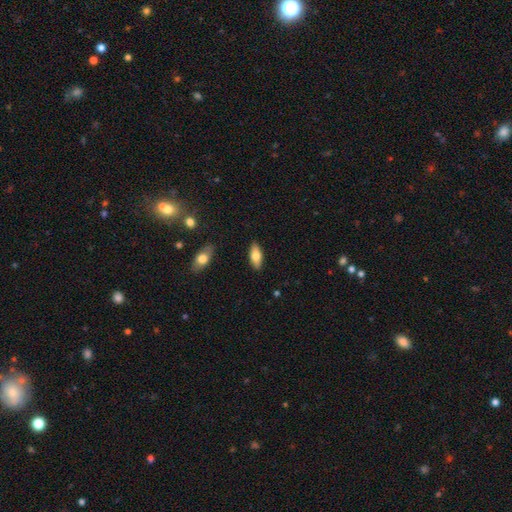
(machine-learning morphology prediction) Smooth or featured?
  - smooth: 75% *
  - featured or disk: 19%
  - star or artifact: 6%
How rounded?
  - in between: 82% *
  - cigar-shaped: 16%
  - round: 2%
Merging?
  - none: 88% *
  - minor disturbance: 9%
  - major disturbance: 2%
  - merger: 1%